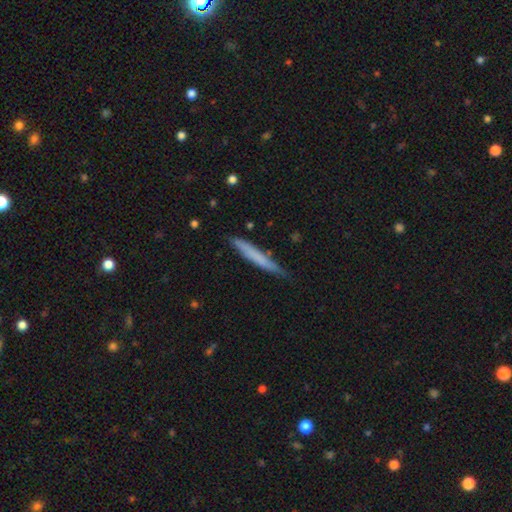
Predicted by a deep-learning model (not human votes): Q: Smooth or featured?
A: smooth (65%); runner-up: featured or disk (30%)
Q: How rounded?
A: cigar-shaped (96%); runner-up: in between (3%)
Q: Merging?
A: none (76%); runner-up: minor disturbance (19%)